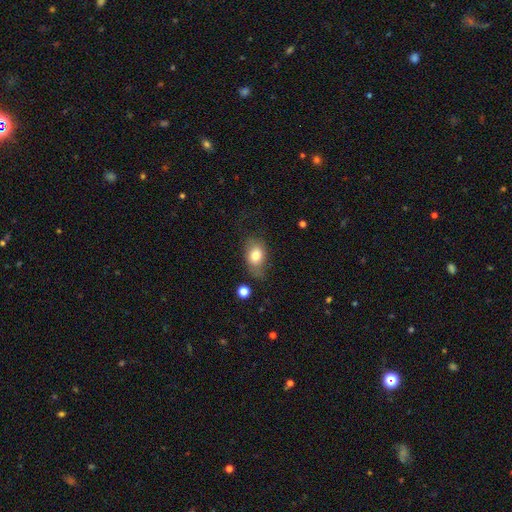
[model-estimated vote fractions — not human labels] Overall: smooth (77%). How rounded: in between (78%). Merging: none (53%; minor disturbance 31%).